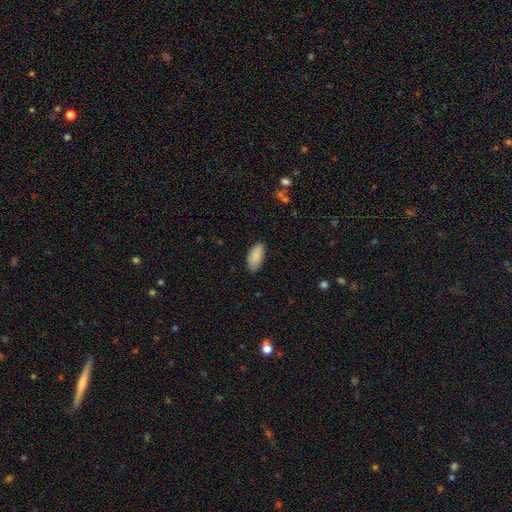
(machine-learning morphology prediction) Smooth or featured? smooth (89%)
How rounded? in between (91%)
Merging? none (80%)